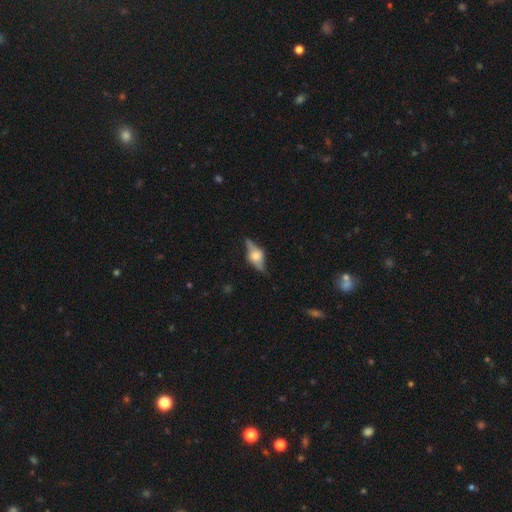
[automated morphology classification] smooth_or_featured: featured or disk (p=0.69) [alt: smooth p=0.24]
disk_edge_on: yes (p=0.90) [alt: no p=0.10]
edge_on_bulge: rounded (p=0.89) [alt: boxy p=0.10]
merging: none (p=0.73) [alt: minor disturbance p=0.19]